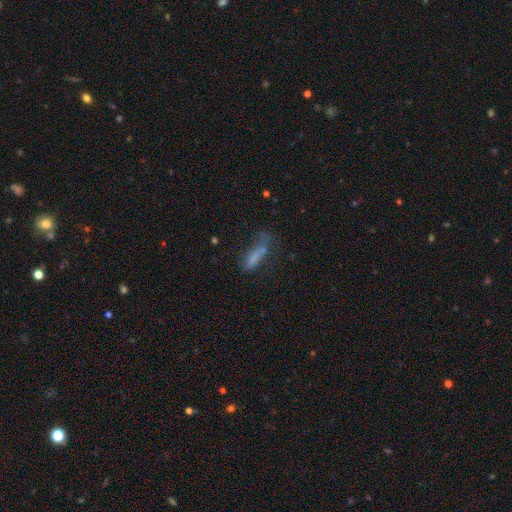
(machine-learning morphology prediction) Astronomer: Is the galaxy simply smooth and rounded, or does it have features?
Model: smooth — 63%.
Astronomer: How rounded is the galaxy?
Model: cigar-shaped — 61% (runner-up: in between, 37%).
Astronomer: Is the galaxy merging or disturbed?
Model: none — 36% (runner-up: major disturbance, 28%).